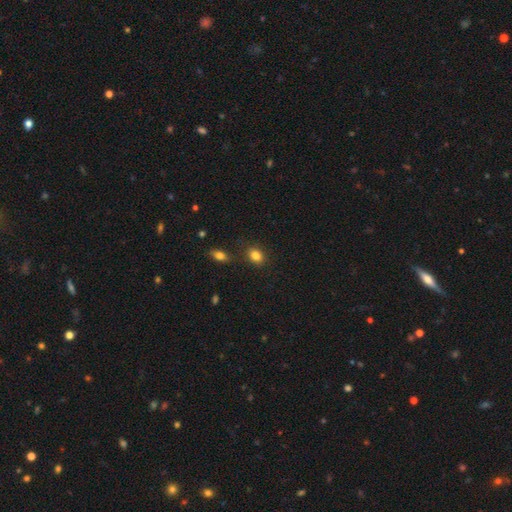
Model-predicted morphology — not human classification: Smooth or featured?
  - smooth: 83% *
  - star or artifact: 11%
  - featured or disk: 6%
How rounded?
  - in between: 56% *
  - round: 42%
  - cigar-shaped: 1%
Merging?
  - none: 83% *
  - minor disturbance: 10%
  - merger: 4%
  - major disturbance: 3%